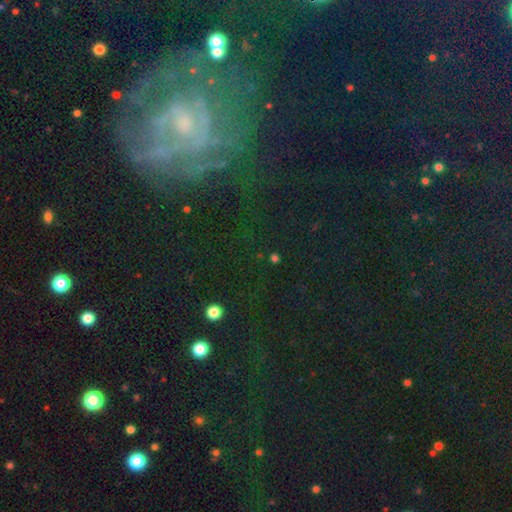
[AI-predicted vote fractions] This appears to be a star or artifact, not a galaxy (54%).